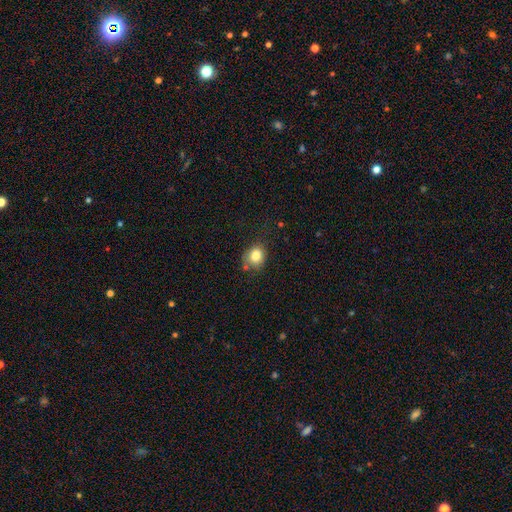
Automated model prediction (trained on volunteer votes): A smooth galaxy with no disk features (82%) that is round (64%).

Vote fractions:
- Smooth or featured? smooth: 82% / star or artifact: 10% / featured or disk: 8%
- How rounded? round: 64% / in between: 35% / cigar-shaped: 1%
- Merging? none: 65% / minor disturbance: 23% / major disturbance: 6% / merger: 6%